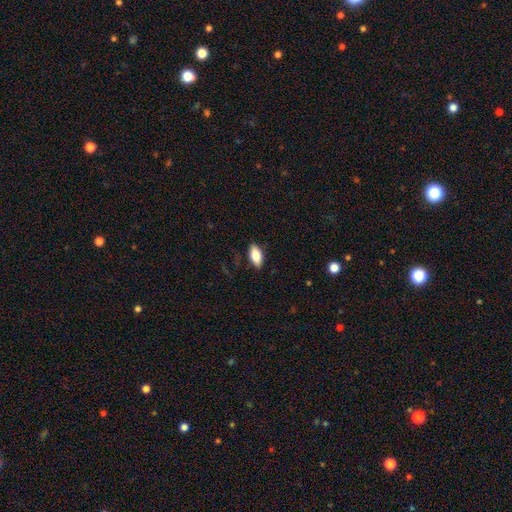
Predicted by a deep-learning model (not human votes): A smooth galaxy with no disk features (82%) that is in between round and cigar-shaped (87%).

Vote fractions:
- Smooth or featured? smooth: 82% / featured or disk: 11% / star or artifact: 6%
- How rounded? in between: 87% / cigar-shaped: 10% / round: 3%
- Merging? none: 85% / minor disturbance: 11% / major disturbance: 3% / merger: 1%